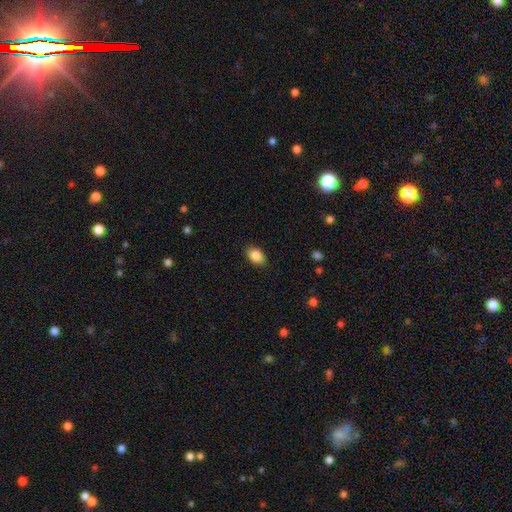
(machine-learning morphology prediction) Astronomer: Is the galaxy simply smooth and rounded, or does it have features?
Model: smooth — 87%.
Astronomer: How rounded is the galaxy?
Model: in between — 84%.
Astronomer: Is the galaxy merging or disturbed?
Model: none — 87%.